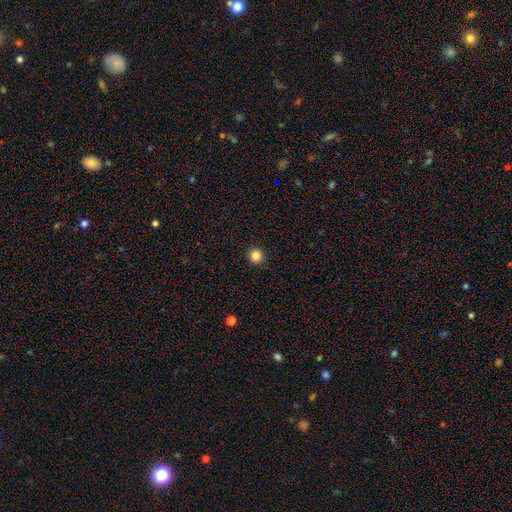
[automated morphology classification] smooth_or_featured: smooth (p=0.84) [alt: star or artifact p=0.12]
how_rounded: round (p=0.94) [alt: in between p=0.05]
merging: none (p=0.93) [alt: minor disturbance p=0.05]